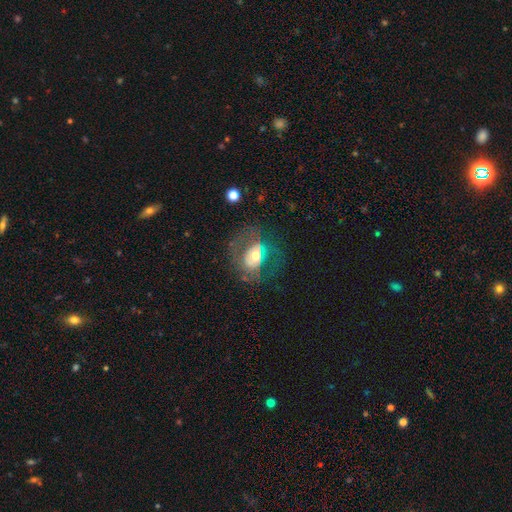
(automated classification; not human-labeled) Smooth or featured: featured or disk — 52% (smooth — 37%)
Edge-on disk: no — 94% (yes — 6%)
Merging: none — 53% (major disturbance — 25%)